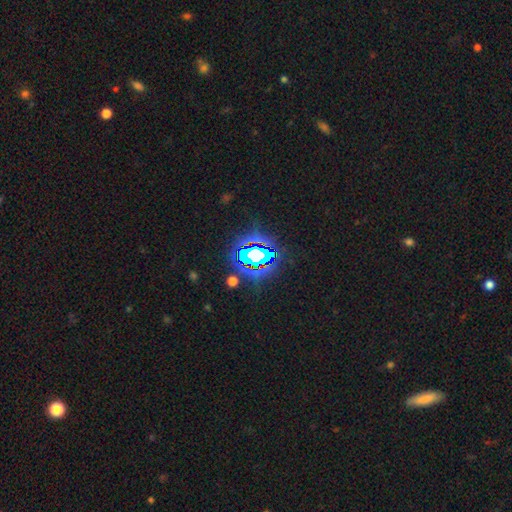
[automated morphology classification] Smooth or featured? star or artifact (67%)